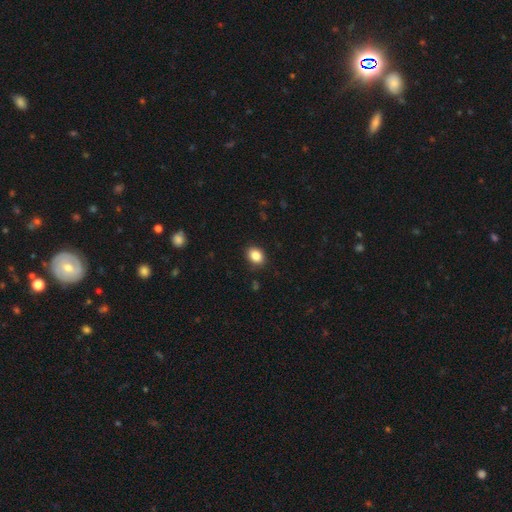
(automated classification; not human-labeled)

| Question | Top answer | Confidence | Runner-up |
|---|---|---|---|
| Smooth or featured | smooth | 87% | star or artifact (9%) |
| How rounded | in between | 64% | round (35%) |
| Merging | none | 87% | minor disturbance (10%) |